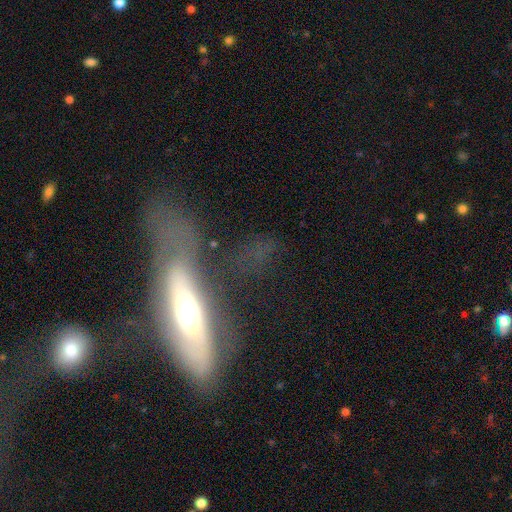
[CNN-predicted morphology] smooth_or_featured: featured or disk (p=0.53) [alt: smooth p=0.36]
disk_edge_on: no (p=0.57) [alt: yes p=0.43]
merging: major disturbance (p=0.41) [alt: none p=0.32]